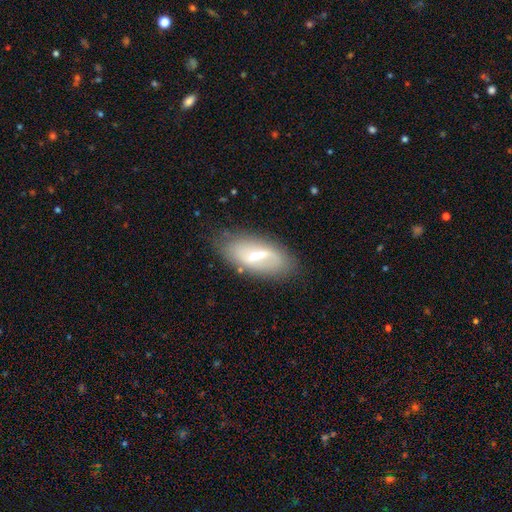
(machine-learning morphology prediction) Overall: featured or disk (53%; smooth 39%). Edge-on disk: no (85%). Merging: none (73%).